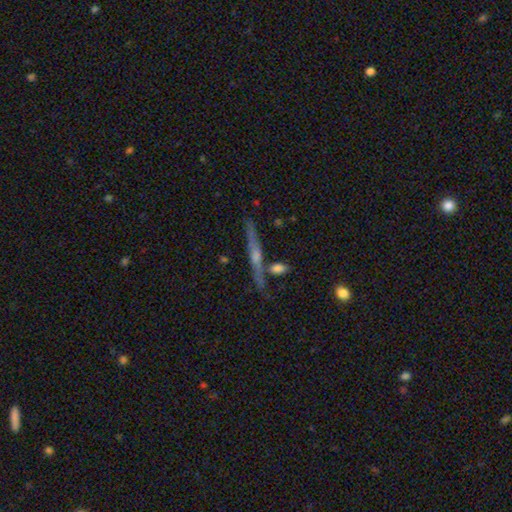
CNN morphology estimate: Smooth or featured?
  - featured or disk: 78% *
  - smooth: 14%
  - star or artifact: 9%
Edge-on disk?
  - yes: 97% *
  - no: 3%
Edge-on bulge?
  - rounded: 80% *
  - none: 13%
  - boxy: 6%
Merging?
  - none: 79% *
  - minor disturbance: 11%
  - merger: 7%
  - major disturbance: 3%